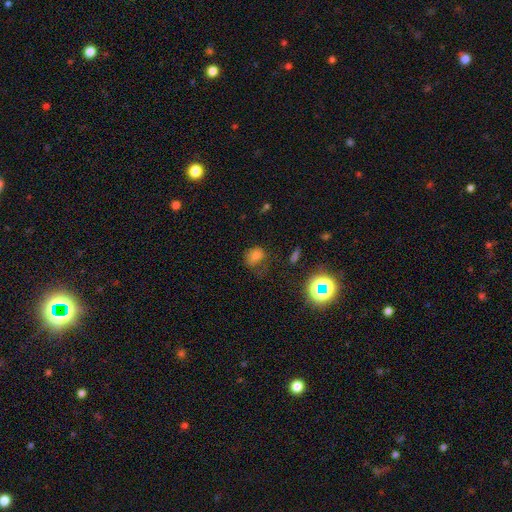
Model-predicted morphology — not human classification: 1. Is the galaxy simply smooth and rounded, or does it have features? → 69% smooth, 20% star or artifact, 11% featured or disk.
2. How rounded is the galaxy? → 55% in between, 44% round, 2% cigar-shaped.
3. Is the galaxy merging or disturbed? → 49% none, 28% minor disturbance, 19% major disturbance, 3% merger.